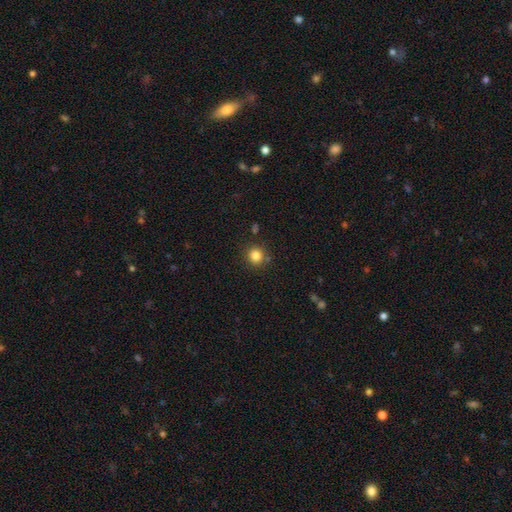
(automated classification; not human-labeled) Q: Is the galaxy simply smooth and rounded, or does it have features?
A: smooth — 83%.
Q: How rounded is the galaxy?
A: round — 92%.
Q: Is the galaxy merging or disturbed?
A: none — 85%.